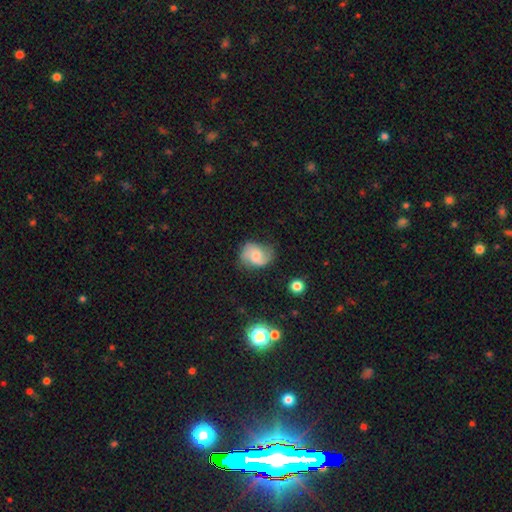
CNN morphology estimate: smooth_or_featured: featured or disk (p=0.55) [alt: smooth p=0.36]
disk_edge_on: no (p=0.97) [alt: yes p=0.03]
bar: no (p=0.59) [alt: weak p=0.35]
has_spiral_arms: yes (p=0.89) [alt: no p=0.11]
bulge_size: moderate (p=0.51) [alt: small p=0.30]
merging: none (p=0.64) [alt: minor disturbance p=0.25]